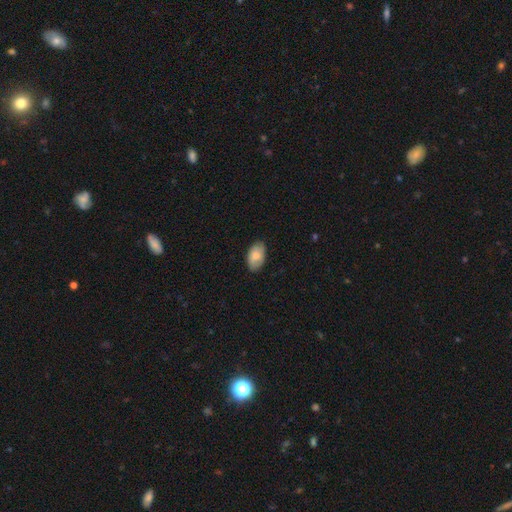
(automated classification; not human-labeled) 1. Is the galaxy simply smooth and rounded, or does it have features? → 79% smooth, 15% featured or disk, 6% star or artifact.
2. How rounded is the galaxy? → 94% in between, 4% round, 1% cigar-shaped.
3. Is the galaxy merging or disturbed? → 83% none, 14% minor disturbance, 2% major disturbance, 1% merger.